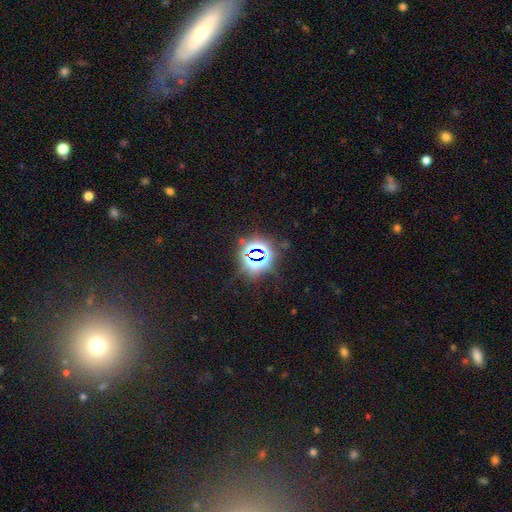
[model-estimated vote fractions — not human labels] Overall: star or artifact (78%).